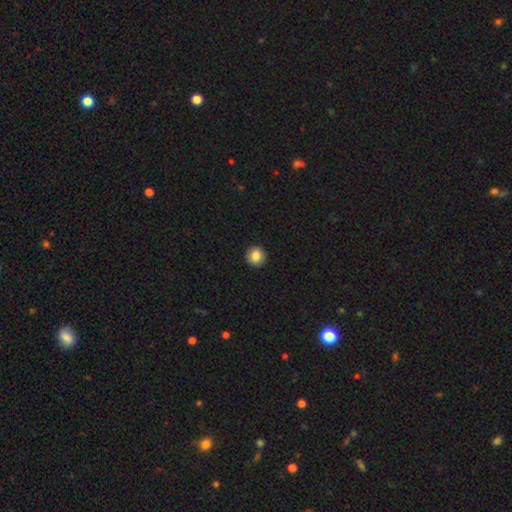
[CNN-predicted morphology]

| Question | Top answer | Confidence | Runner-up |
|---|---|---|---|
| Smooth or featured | smooth | 85% | star or artifact (9%) |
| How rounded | round | 94% | in between (5%) |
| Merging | none | 93% | minor disturbance (5%) |